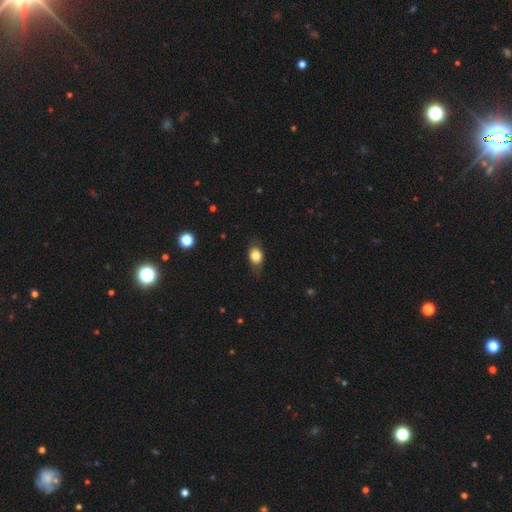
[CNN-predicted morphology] smooth_or_featured: smooth (p=0.80) [alt: featured or disk p=0.11]
how_rounded: in between (p=0.63) [alt: round p=0.35]
merging: none (p=0.70) [alt: minor disturbance p=0.23]